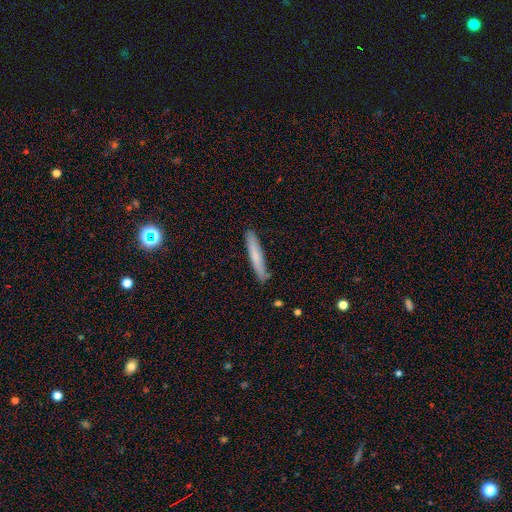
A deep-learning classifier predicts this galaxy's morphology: The model was most divided on "smooth or featured": smooth: 69%, featured or disk: 25%, star or artifact: 6%. More confident: how rounded — cigar-shaped (94%); merging — none (86%).